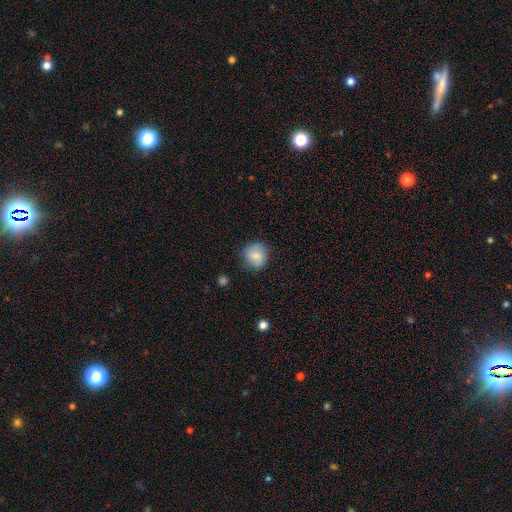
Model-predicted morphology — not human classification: smooth-or-featured: smooth: 79% | featured or disk: 13% | star or artifact: 8%
  how-rounded: round: 84% | in between: 15% | cigar-shaped: 1%
  merging: none: 78% | minor disturbance: 17% | major disturbance: 4% | merger: 1%